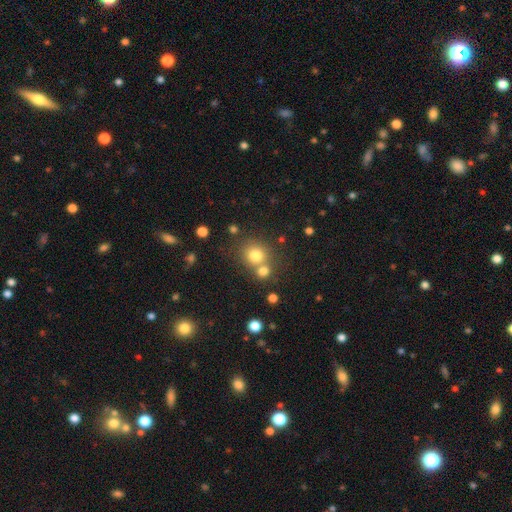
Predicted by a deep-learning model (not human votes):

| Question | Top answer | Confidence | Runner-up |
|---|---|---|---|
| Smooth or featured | smooth | 77% | star or artifact (13%) |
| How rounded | round | 84% | in between (15%) |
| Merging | none | 56% | merger (32%) |